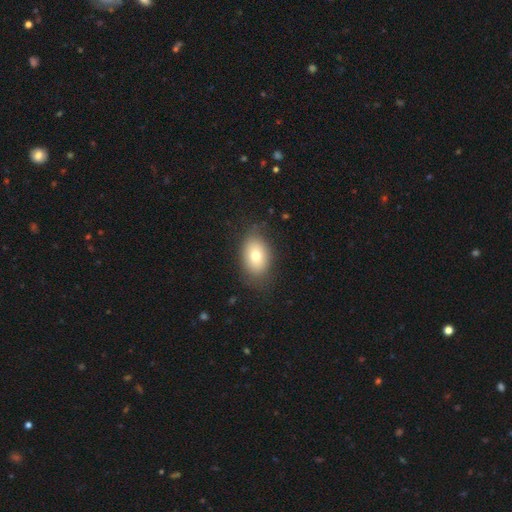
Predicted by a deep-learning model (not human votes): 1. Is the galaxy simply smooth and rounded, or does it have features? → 74% smooth, 16% featured or disk, 10% star or artifact.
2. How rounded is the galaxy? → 80% in between, 19% round, 1% cigar-shaped.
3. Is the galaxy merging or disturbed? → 79% none, 16% minor disturbance, 5% major disturbance, 1% merger.